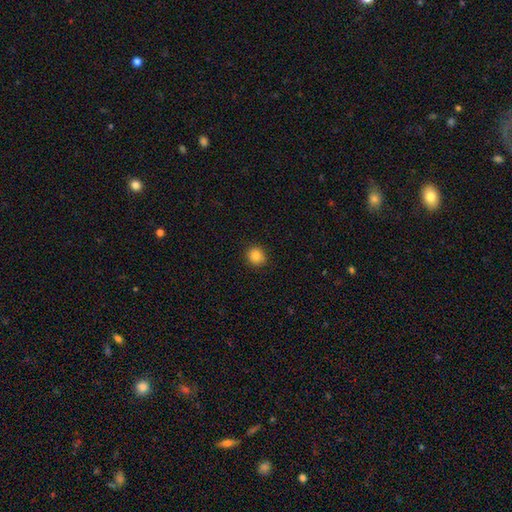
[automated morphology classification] smooth_or_featured: smooth (p=0.84) [alt: star or artifact p=0.10]
how_rounded: round (p=0.88) [alt: in between p=0.11]
merging: none (p=0.91) [alt: minor disturbance p=0.06]